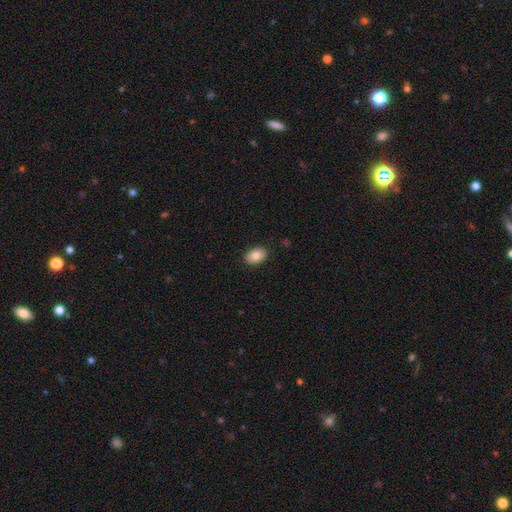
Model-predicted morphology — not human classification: Smooth or featured: smooth — 84% (featured or disk — 9%)
How rounded: in between — 86% (round — 13%)
Merging: none — 89% (minor disturbance — 8%)